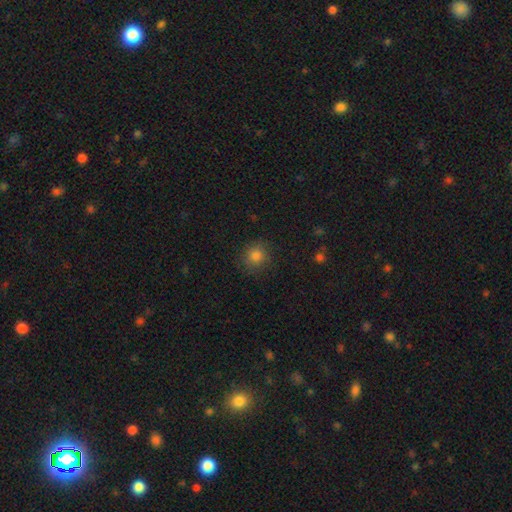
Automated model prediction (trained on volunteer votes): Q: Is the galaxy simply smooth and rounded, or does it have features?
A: smooth — 82%.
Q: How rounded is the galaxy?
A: round — 90%.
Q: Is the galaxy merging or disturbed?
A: none — 86%.